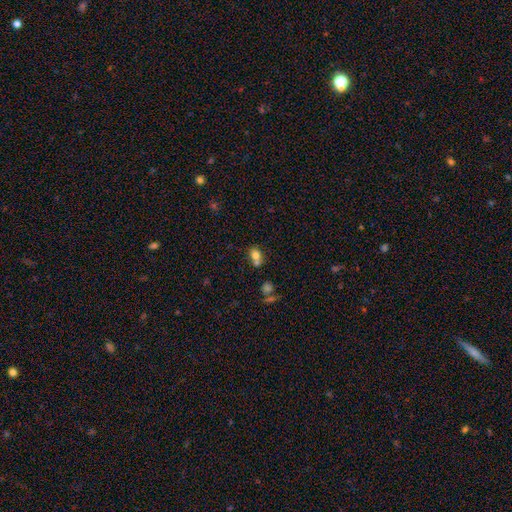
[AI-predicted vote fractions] A smooth galaxy with no disk features (77%) that is in between round and cigar-shaped (51%).

Vote fractions:
- Smooth or featured? smooth: 77% / star or artifact: 12% / featured or disk: 11%
- How rounded? in between: 51% / round: 47% / cigar-shaped: 1%
- Merging? none: 44% / merger: 40% / minor disturbance: 12% / major disturbance: 4%